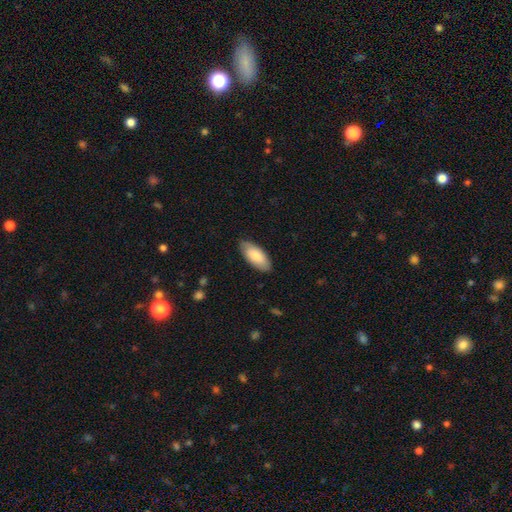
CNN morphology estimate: Smooth or featured? smooth (81%)
How rounded? in between (88%)
Merging? none (84%)